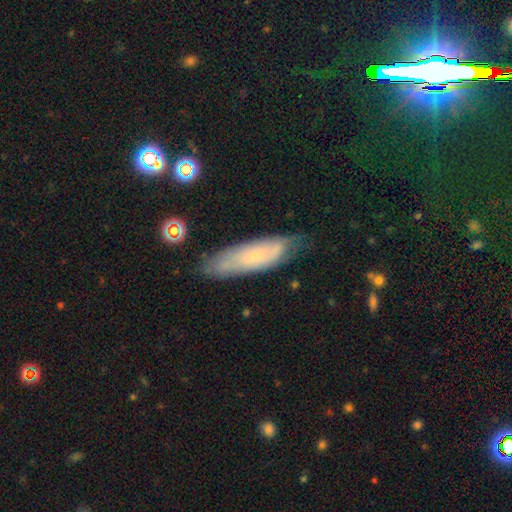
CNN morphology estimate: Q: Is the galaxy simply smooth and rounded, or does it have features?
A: smooth — 52%.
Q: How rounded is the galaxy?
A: cigar-shaped — 57%.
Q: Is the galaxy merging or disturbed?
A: none — 70%.